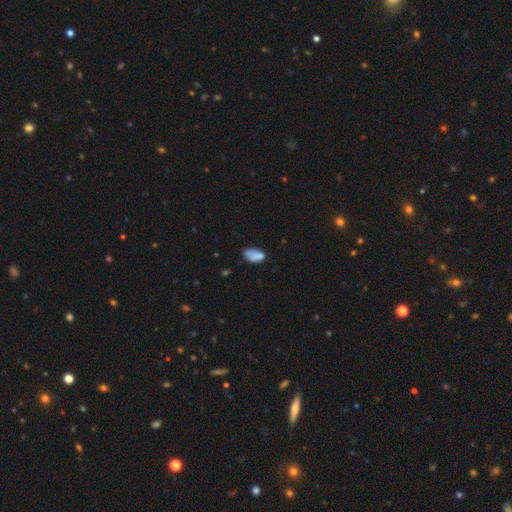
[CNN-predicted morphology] A smooth galaxy with no disk features (81%) that is in between round and cigar-shaped (92%). Merging: none (51%).